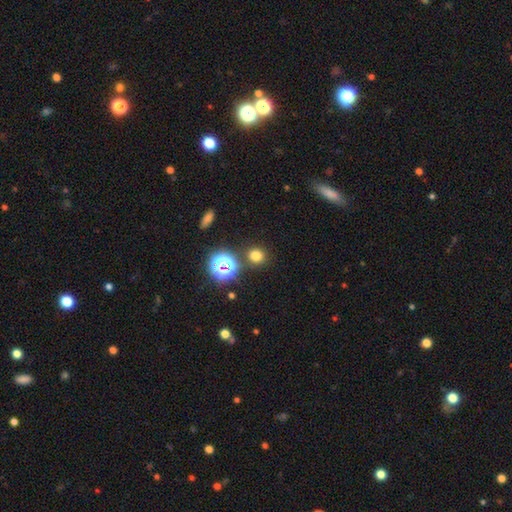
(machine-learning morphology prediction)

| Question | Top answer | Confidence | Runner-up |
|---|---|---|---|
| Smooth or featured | smooth | 70% | star or artifact (24%) |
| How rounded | round | 86% | in between (13%) |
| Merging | none | 85% | minor disturbance (7%) |